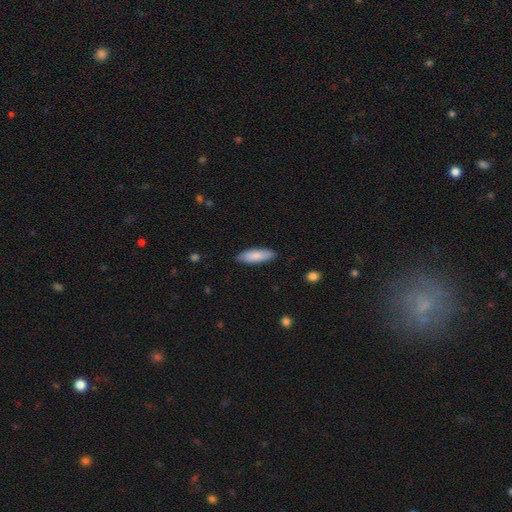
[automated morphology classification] A smooth galaxy with no disk features (85%) that is in between round and cigar-shaped (54%). Merging: none (87%).